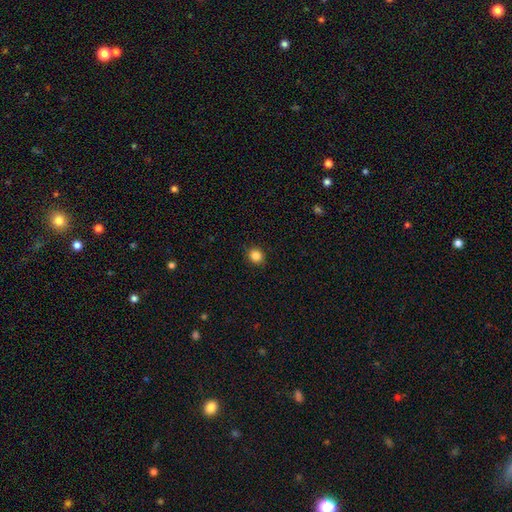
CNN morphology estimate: Smooth or featured?
  - smooth: 86% *
  - star or artifact: 10%
  - featured or disk: 4%
How rounded?
  - round: 79% *
  - in between: 20%
  - cigar-shaped: 1%
Merging?
  - none: 90% *
  - minor disturbance: 7%
  - major disturbance: 2%
  - merger: 1%